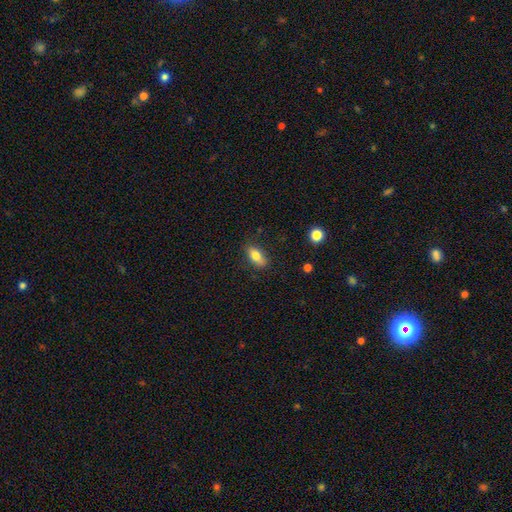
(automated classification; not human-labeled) smooth 77%, featured or disk 15%, star or artifact 8%. Down the decision tree: how rounded — in between (84%); merging — none (82%).